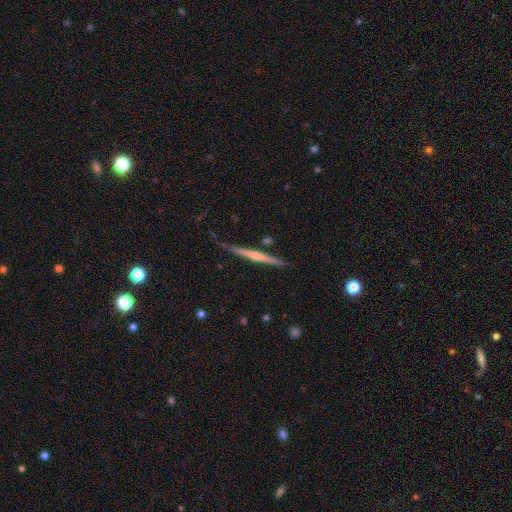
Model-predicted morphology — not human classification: Smooth or featured: featured or disk — 77% (smooth — 18%)
Edge-on disk: yes — 98% (no — 2%)
Edge-on bulge: rounded — 65% (none — 27%)
Merging: none — 83% (minor disturbance — 13%)